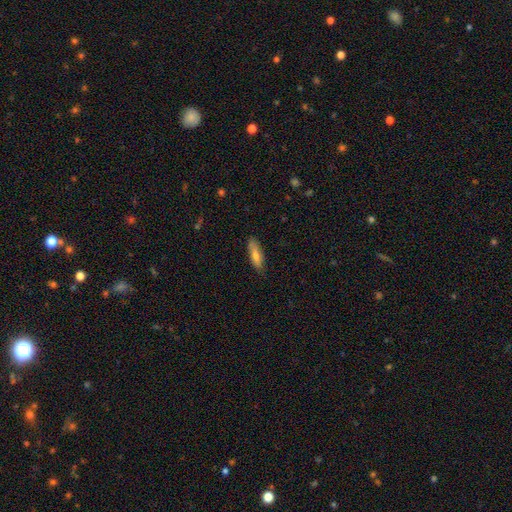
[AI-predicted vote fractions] Smooth or featured?
  - smooth: 66% *
  - featured or disk: 28%
  - star or artifact: 6%
How rounded?
  - cigar-shaped: 60% *
  - in between: 38%
  - round: 2%
Merging?
  - none: 81% *
  - minor disturbance: 15%
  - major disturbance: 3%
  - merger: 1%